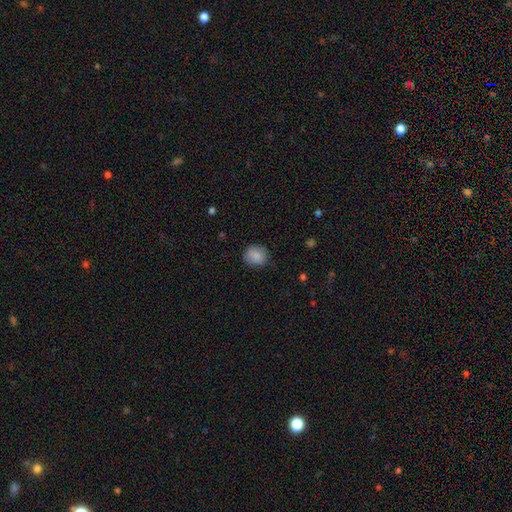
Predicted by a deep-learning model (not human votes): smooth-or-featured: smooth: 88% | star or artifact: 8% | featured or disk: 4%
  how-rounded: round: 82% | in between: 17% | cigar-shaped: 1%
  merging: none: 81% | minor disturbance: 14% | major disturbance: 3% | merger: 1%